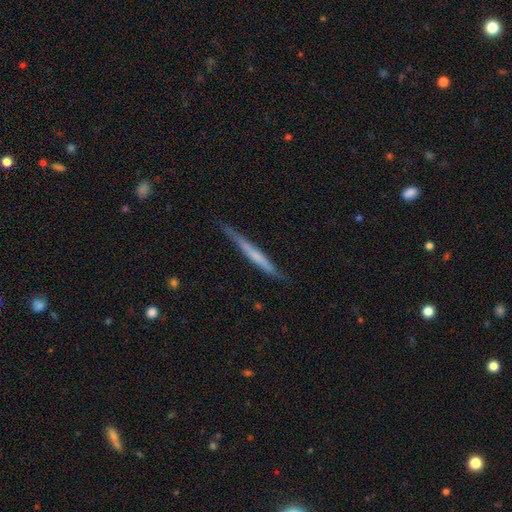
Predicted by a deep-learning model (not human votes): smooth-or-featured: featured or disk: 50% | smooth: 45% | star or artifact: 6%
  merging: none: 80% | minor disturbance: 15% | major disturbance: 3% | merger: 2%